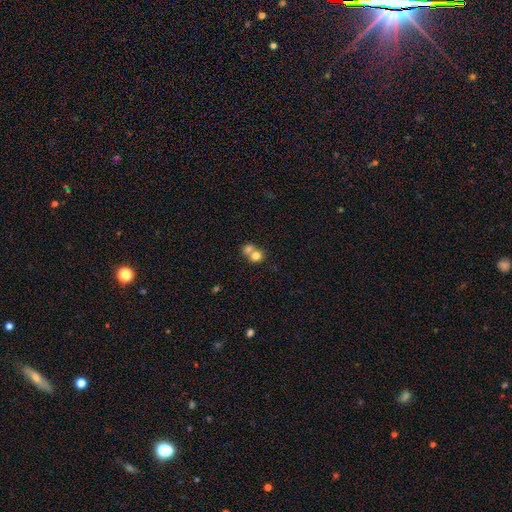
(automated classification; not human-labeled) This is likely a smooth galaxy (75%). How rounded: likely round (73%). Merging: likely merger (63%).